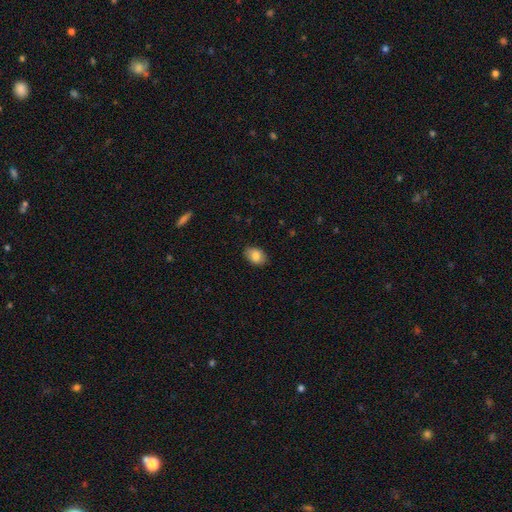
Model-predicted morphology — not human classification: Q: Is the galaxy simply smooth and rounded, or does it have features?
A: smooth — 84%.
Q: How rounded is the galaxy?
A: in between — 80%.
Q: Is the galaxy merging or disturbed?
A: none — 86%.